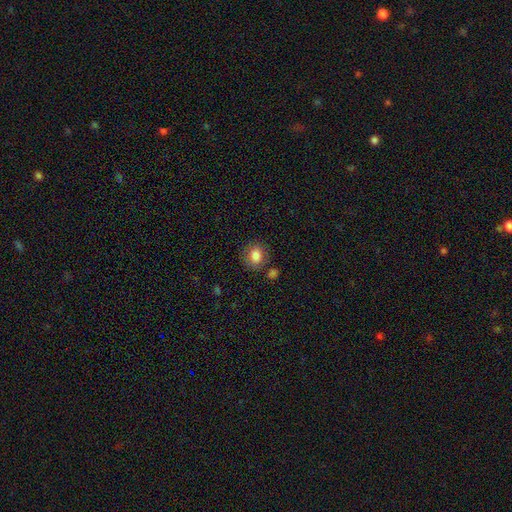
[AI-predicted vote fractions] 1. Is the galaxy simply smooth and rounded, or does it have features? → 83% smooth, 9% star or artifact, 7% featured or disk.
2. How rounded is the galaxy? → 64% round, 35% in between, 1% cigar-shaped.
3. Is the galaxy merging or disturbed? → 78% none, 12% minor disturbance, 6% merger, 4% major disturbance.